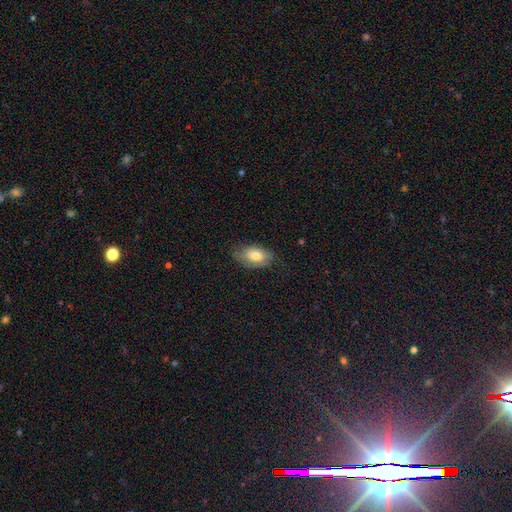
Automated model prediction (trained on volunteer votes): A smooth galaxy with no disk features (70%) that is in between round and cigar-shaped (92%).

Vote fractions:
- Smooth or featured? smooth: 70% / featured or disk: 23% / star or artifact: 7%
- How rounded? in between: 92% / round: 6% / cigar-shaped: 2%
- Merging? none: 62% / minor disturbance: 28% / major disturbance: 8% / merger: 1%